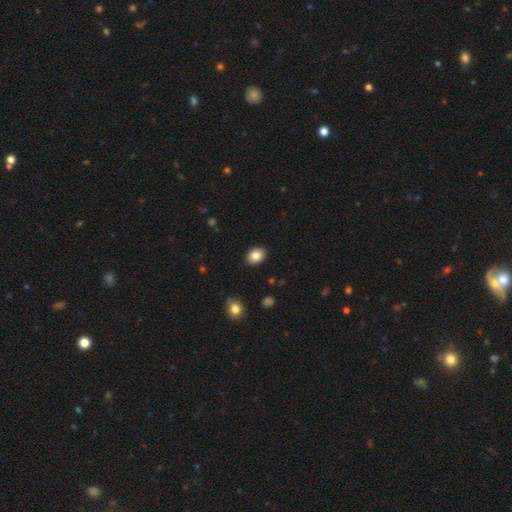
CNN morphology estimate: A smooth galaxy with no disk features (84%) that is in between round and cigar-shaped (66%). Merging: none (90%).